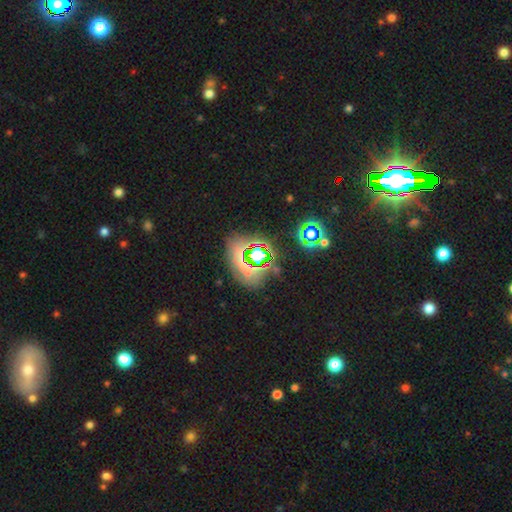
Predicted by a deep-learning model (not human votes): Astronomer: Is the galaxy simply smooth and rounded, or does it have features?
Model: star or artifact — 60%.